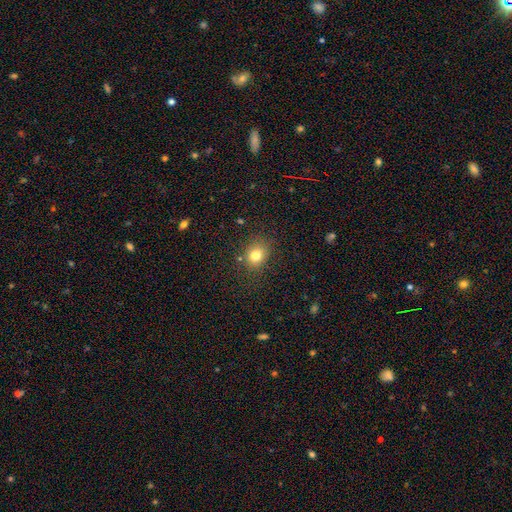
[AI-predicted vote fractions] Smooth or featured?
  - smooth: 78% *
  - star or artifact: 13%
  - featured or disk: 8%
How rounded?
  - round: 62% *
  - in between: 37%
  - cigar-shaped: 1%
Merging?
  - none: 81% *
  - minor disturbance: 12%
  - major disturbance: 4%
  - merger: 2%